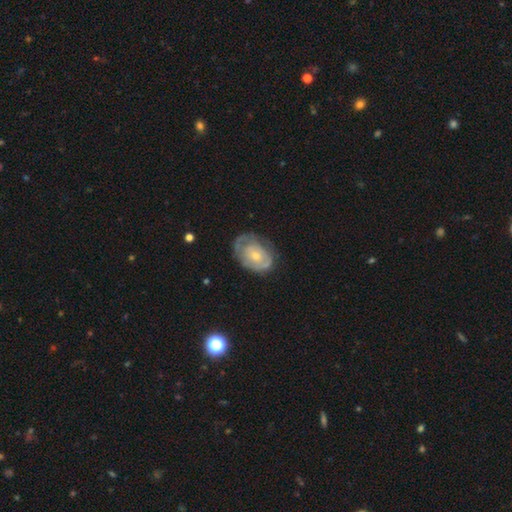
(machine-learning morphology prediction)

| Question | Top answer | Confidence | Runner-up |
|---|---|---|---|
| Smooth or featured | featured or disk | 62% | smooth (32%) |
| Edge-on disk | no | 96% | yes (4%) |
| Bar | no | 82% | weak (16%) |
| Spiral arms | yes | 63% | no (37%) |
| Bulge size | small | 61% | moderate (34%) |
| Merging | none | 57% | minor disturbance (27%) |